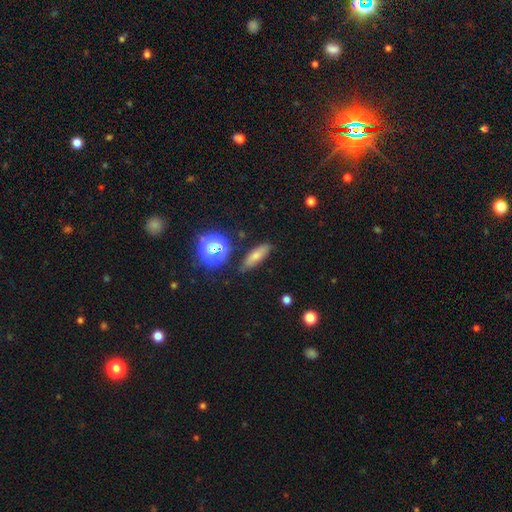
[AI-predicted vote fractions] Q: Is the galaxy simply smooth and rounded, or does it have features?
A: smooth — 68%.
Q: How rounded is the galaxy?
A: cigar-shaped — 47%.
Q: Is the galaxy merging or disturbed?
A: none — 80%.